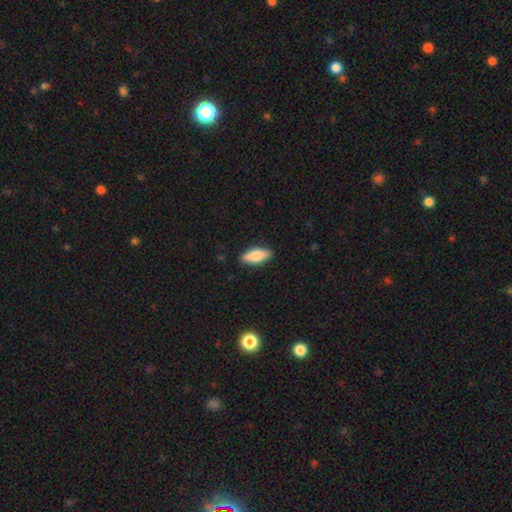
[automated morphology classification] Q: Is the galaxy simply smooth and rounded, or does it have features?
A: smooth — 79%.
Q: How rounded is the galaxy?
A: in between — 71%.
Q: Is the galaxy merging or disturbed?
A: none — 88%.